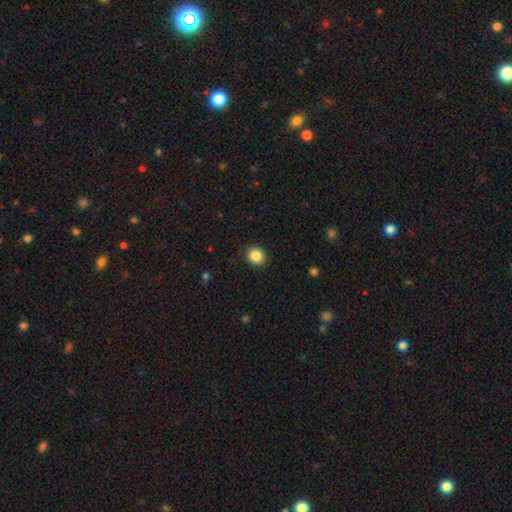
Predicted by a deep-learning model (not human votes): The model was most divided on "how rounded": round: 83%, in between: 17%, cigar-shaped: 1%. More confident: merging — none (91%); smooth or featured — smooth (86%).